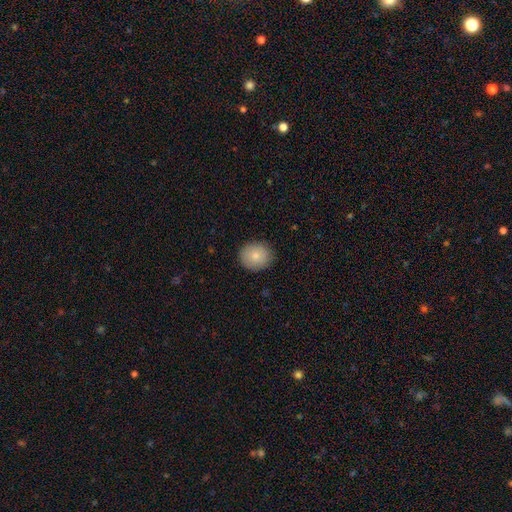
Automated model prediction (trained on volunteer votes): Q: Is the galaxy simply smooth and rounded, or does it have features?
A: smooth — 82%.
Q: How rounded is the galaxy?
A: round — 79%.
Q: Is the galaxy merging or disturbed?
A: none — 89%.